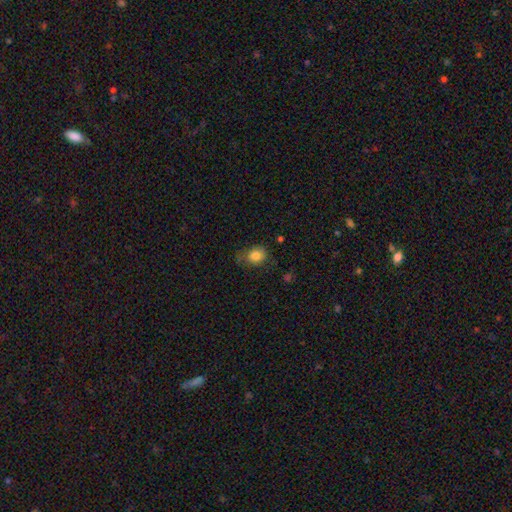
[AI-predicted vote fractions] smooth-or-featured: smooth: 82% | star or artifact: 9% | featured or disk: 9%
  how-rounded: in between: 51% | round: 48% | cigar-shaped: 1%
  merging: none: 57% | minor disturbance: 29% | major disturbance: 11% | merger: 2%